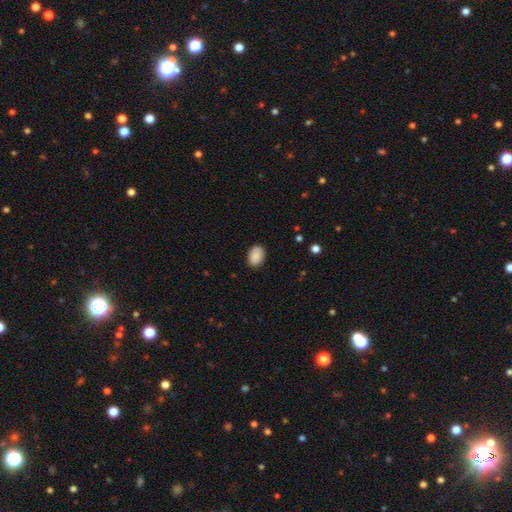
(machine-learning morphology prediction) Smooth or featured?
  - smooth: 89% *
  - star or artifact: 7%
  - featured or disk: 3%
How rounded?
  - in between: 81% *
  - round: 18%
  - cigar-shaped: 1%
Merging?
  - none: 86% *
  - minor disturbance: 11%
  - major disturbance: 2%
  - merger: 1%